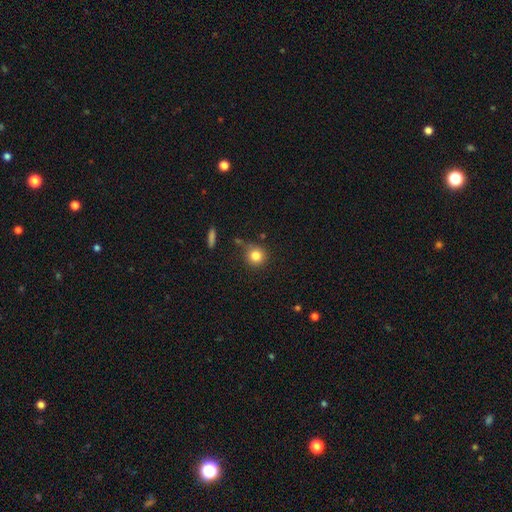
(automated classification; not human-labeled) This appears to be a smooth galaxy with no disk features (82%) that is round (93%). Merging: none (75%).